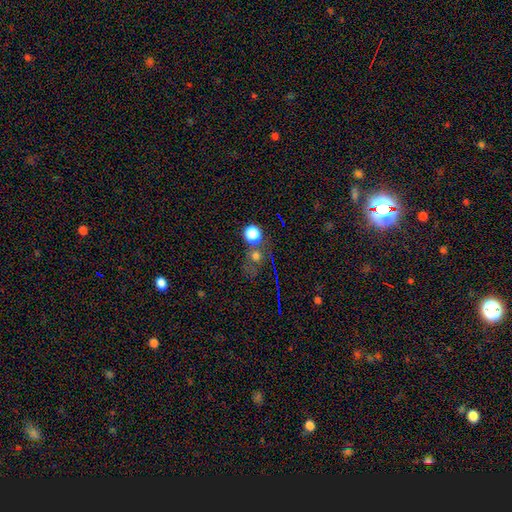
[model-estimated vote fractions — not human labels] smooth 58%, star or artifact 33%, featured or disk 9%. Down the decision tree: how rounded — round (81%); merging — none (60%).